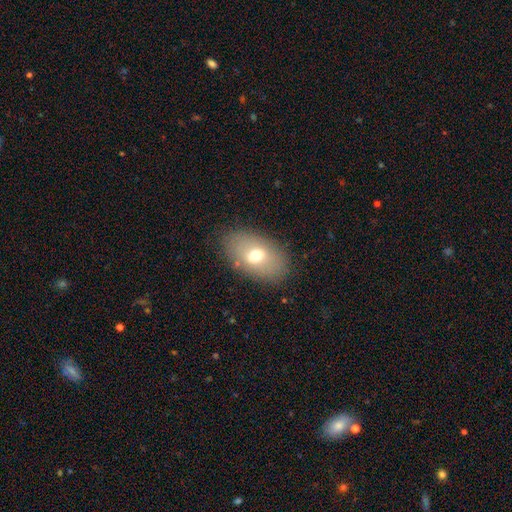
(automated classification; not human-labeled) Smooth or featured?
  - smooth: 66% *
  - featured or disk: 23%
  - star or artifact: 11%
How rounded?
  - in between: 88% *
  - round: 10%
  - cigar-shaped: 2%
Merging?
  - none: 85% *
  - minor disturbance: 11%
  - major disturbance: 3%
  - merger: 1%